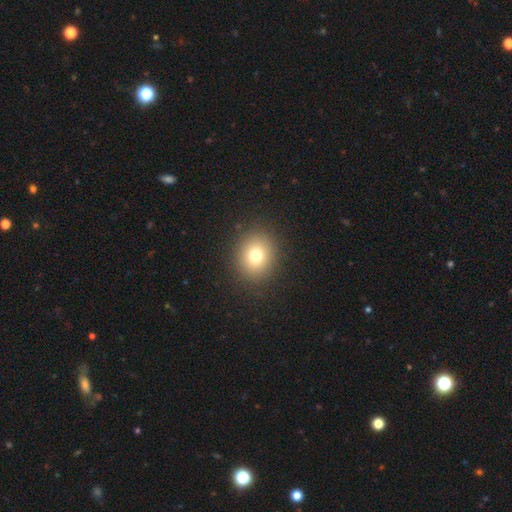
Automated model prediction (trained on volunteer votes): Morphology: type=smooth (75%); roundness=round (70%); merging=none (89%).